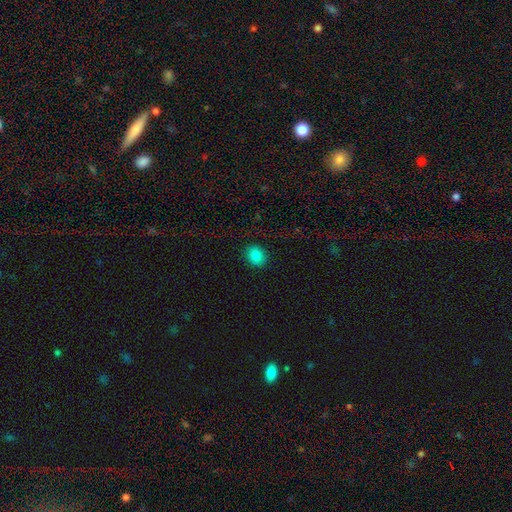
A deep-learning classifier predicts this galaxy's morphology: type=smooth (84%); roundness=round (65%); merging=none (91%).